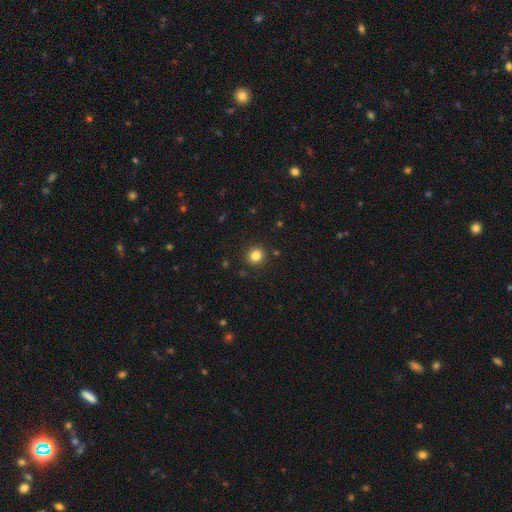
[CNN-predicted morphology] This is clearly a smooth galaxy (83%). How rounded: clearly round (92%). Merging: clearly none (91%).